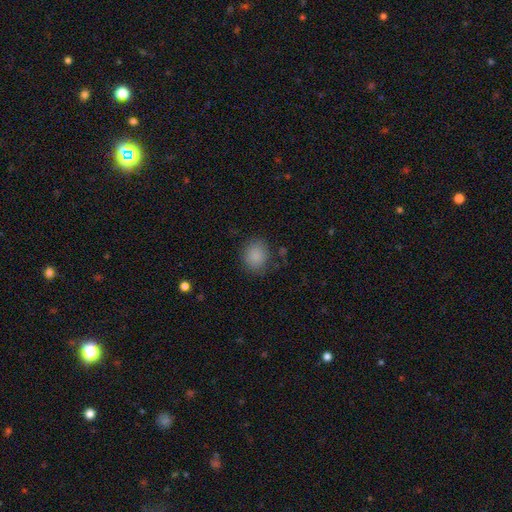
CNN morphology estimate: type=smooth (87%); roundness=round (77%); merging=none (82%).